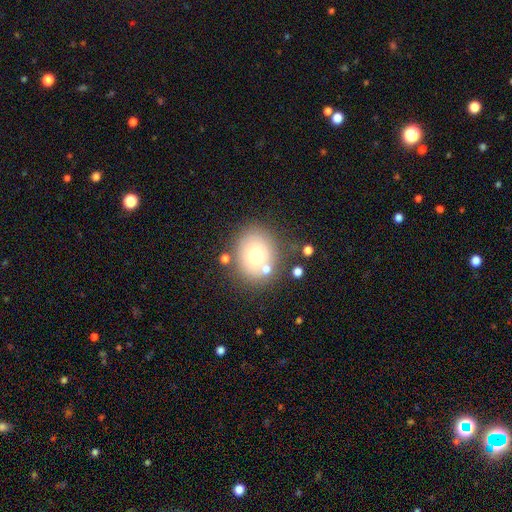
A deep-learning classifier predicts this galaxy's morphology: Q: Smooth or featured?
A: smooth (68%); runner-up: featured or disk (20%)
Q: How rounded?
A: round (64%); runner-up: in between (35%)
Q: Merging?
A: none (72%); runner-up: minor disturbance (14%)